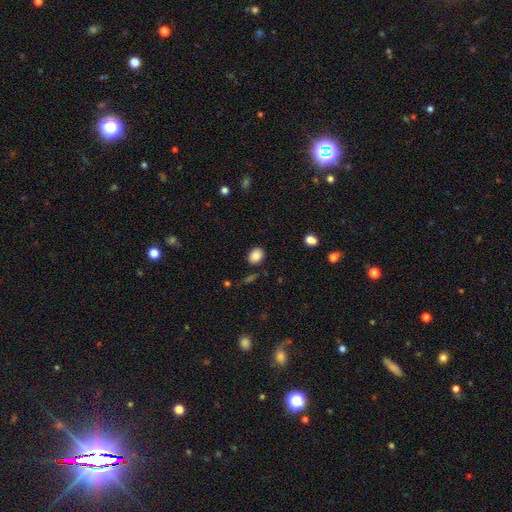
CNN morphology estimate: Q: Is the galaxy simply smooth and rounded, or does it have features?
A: smooth — 87%.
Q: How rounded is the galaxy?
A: round — 50%.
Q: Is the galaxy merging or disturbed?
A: none — 84%.